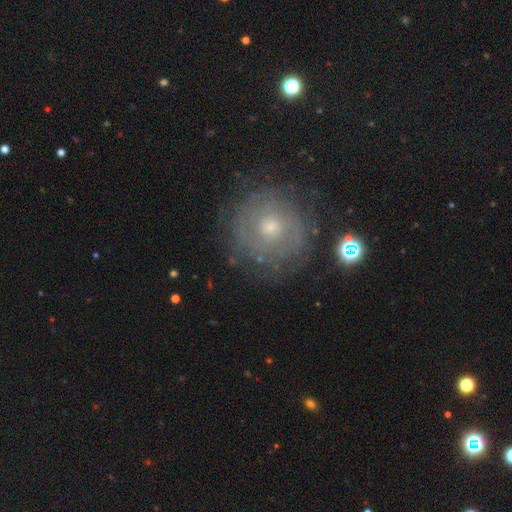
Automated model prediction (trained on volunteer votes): Q: Smooth or featured?
A: featured or disk (54%); runner-up: smooth (25%)
Q: Edge-on disk?
A: no (95%); runner-up: yes (5%)
Q: Bar?
A: no (77%); runner-up: weak (18%)
Q: Spiral arms?
A: yes (77%); runner-up: no (23%)
Q: Bulge size?
A: small (50%); runner-up: moderate (45%)
Q: Merging?
A: none (83%); runner-up: minor disturbance (10%)